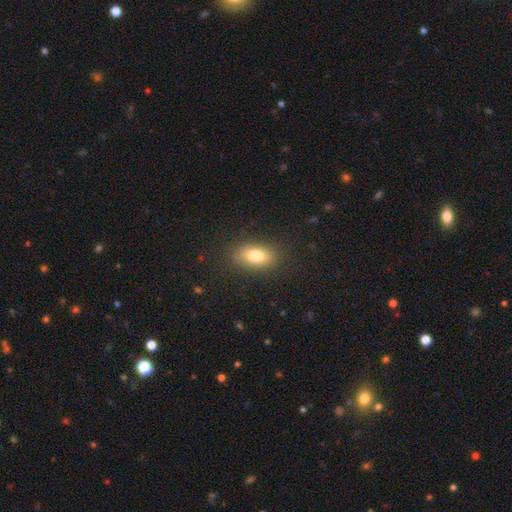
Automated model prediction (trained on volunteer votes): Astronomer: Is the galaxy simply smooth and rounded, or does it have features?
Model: smooth — 80%.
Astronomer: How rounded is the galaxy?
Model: in between — 86%.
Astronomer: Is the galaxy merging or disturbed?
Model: none — 85%.